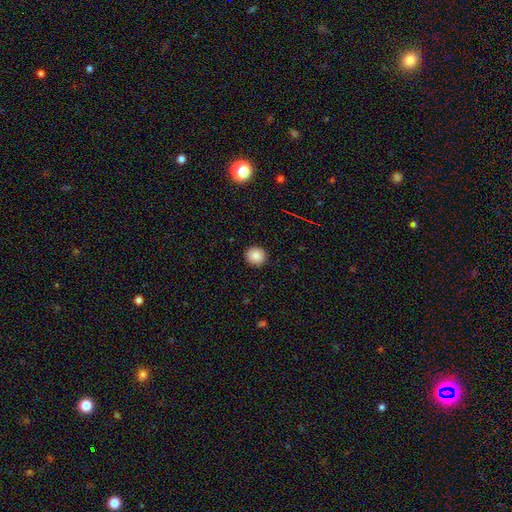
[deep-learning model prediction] Overall: smooth (86%). How rounded: round (90%). Merging: none (92%).